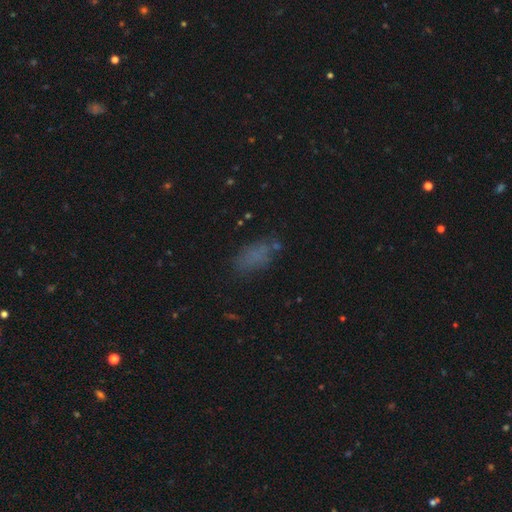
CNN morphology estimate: Smooth or featured: smooth — 70% (star or artifact — 17%)
How rounded: in between — 86% (cigar-shaped — 7%)
Merging: none — 65% (minor disturbance — 19%)